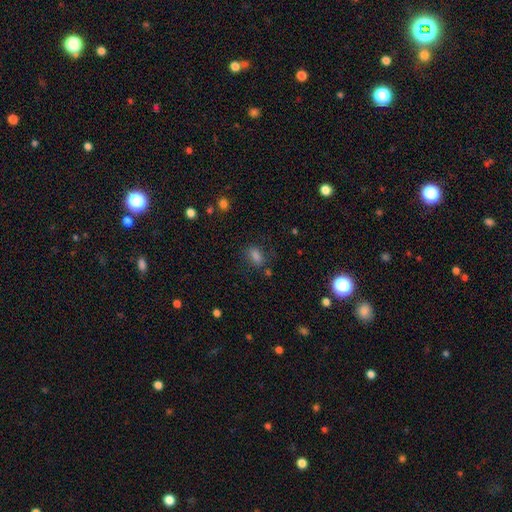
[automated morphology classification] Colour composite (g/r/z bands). It shows a smooth galaxy with no disk features (71%) that is in between round and cigar-shaped (75%). Merging: none (78%).